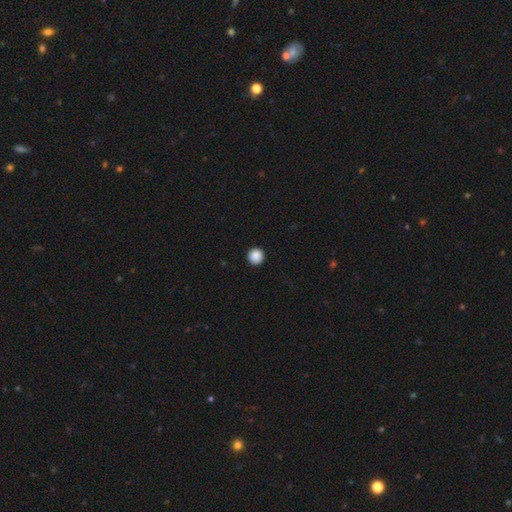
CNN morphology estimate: smooth-or-featured: smooth: 88% | star or artifact: 9% | featured or disk: 3%
  how-rounded: round: 96% | in between: 3% | cigar-shaped: 1%
  merging: none: 93% | minor disturbance: 4% | major disturbance: 1% | merger: 1%